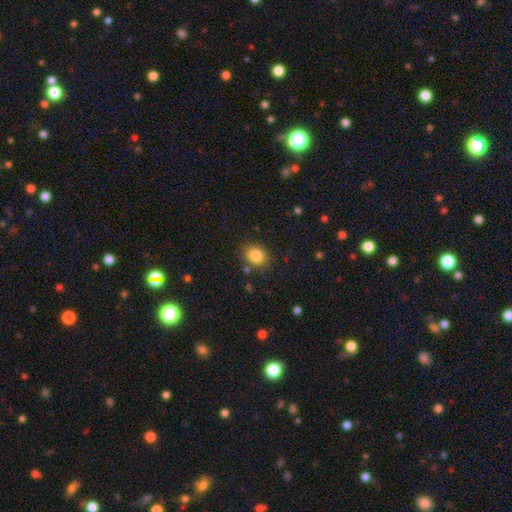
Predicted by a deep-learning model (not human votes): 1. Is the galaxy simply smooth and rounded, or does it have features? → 84% smooth, 10% star or artifact, 6% featured or disk.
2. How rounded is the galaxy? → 59% round, 40% in between, 1% cigar-shaped.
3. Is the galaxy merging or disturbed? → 80% none, 13% minor disturbance, 3% major disturbance, 3% merger.